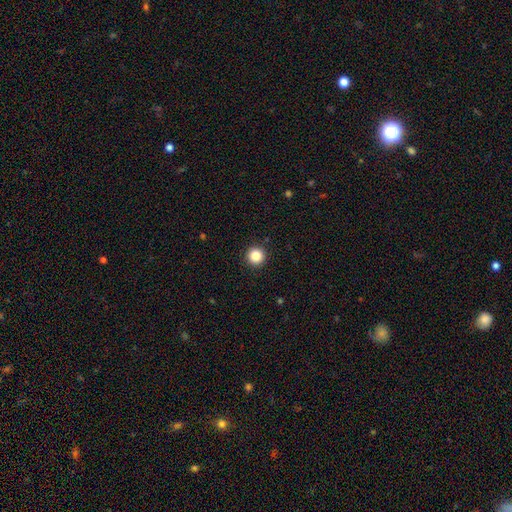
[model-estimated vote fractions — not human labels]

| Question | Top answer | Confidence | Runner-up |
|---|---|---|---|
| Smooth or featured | smooth | 85% | star or artifact (11%) |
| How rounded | round | 96% | in between (3%) |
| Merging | none | 93% | minor disturbance (4%) |